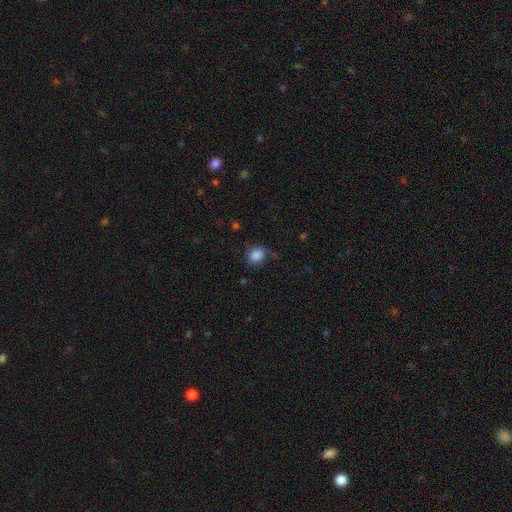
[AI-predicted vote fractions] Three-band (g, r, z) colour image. It shows a smooth galaxy with no disk features (85%) that is round (78%). Merging: none (65%).